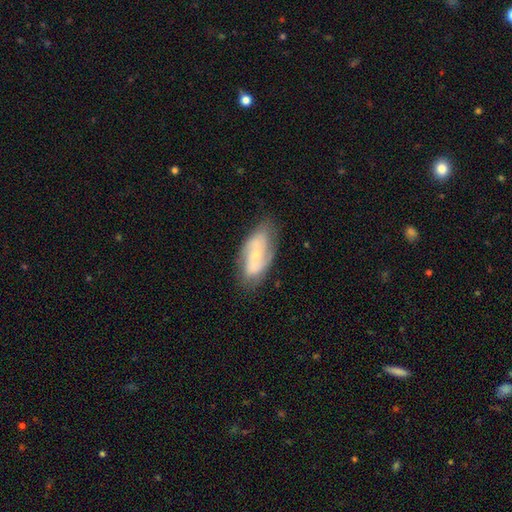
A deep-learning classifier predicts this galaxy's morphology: Smooth or featured? featured or disk (65%)
Edge-on disk? no (92%)
Bar? no (53%)
Spiral arms? yes (84%)
Bulge size? small (64%)
Merging? none (72%)